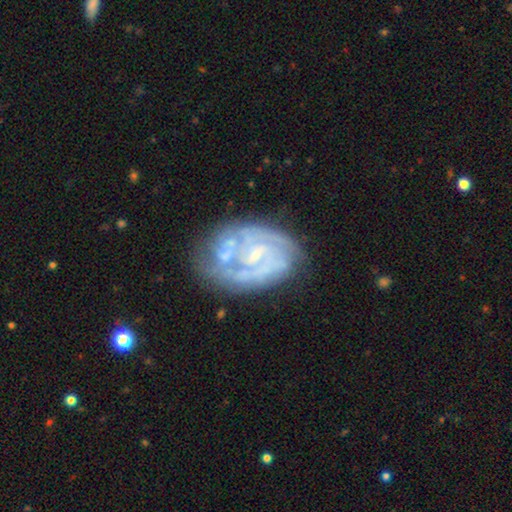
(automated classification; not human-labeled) Overall: featured or disk (82%). Edge-on disk: no (98%). Bar: no (44%; weak 43%). Spiral arms: yes (83%). Spiral arm count: 2 (35%; can't tell 34%). Spiral winding: tight (55%; medium 34%). Bulge size: small (62%). Merging: none (56%; minor disturbance 22%).